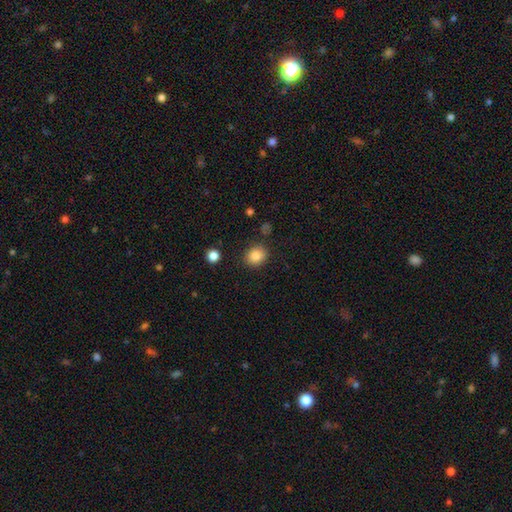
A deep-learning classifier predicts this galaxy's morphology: Smooth or featured? smooth (85%)
How rounded? round (72%)
Merging? none (85%)